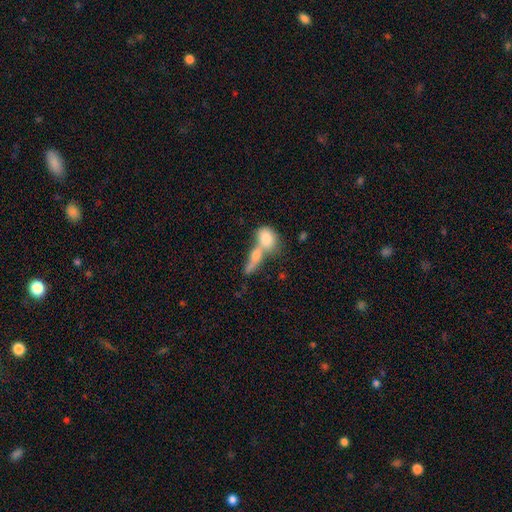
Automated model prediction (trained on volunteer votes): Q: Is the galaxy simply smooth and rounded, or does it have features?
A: smooth — 67%.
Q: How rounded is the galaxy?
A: in between — 54%.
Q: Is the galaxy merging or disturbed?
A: merger — 62%.